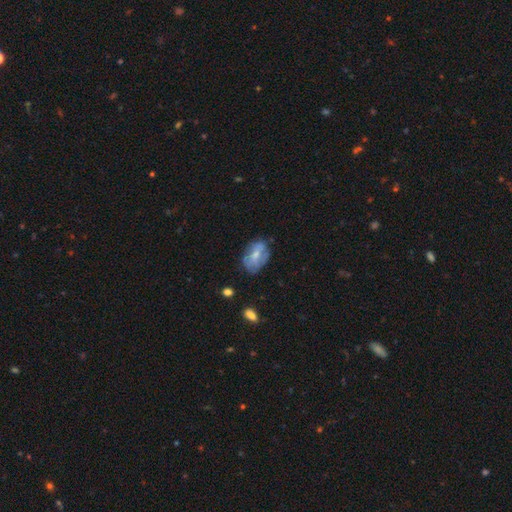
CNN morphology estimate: type=smooth (49%); merging=none (58%).